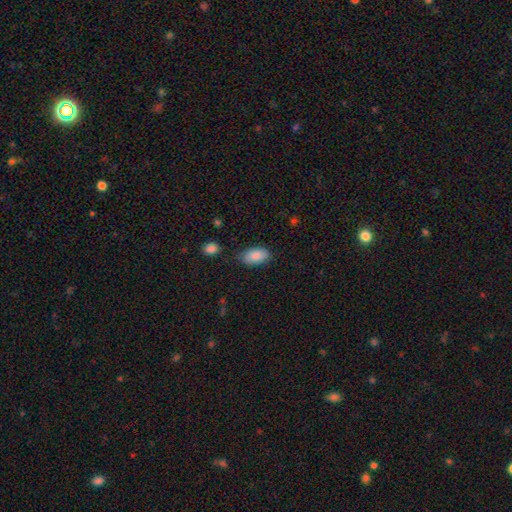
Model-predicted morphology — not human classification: Overall: smooth (87%). How rounded: in between (94%). Merging: none (77%).